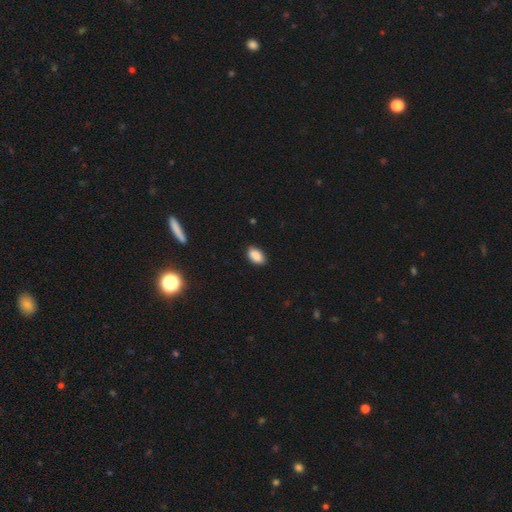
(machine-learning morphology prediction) The model was most divided on "merging": none: 86%, minor disturbance: 11%, major disturbance: 2%, merger: 1%. More confident: how rounded — in between (93%); smooth or featured — smooth (88%).